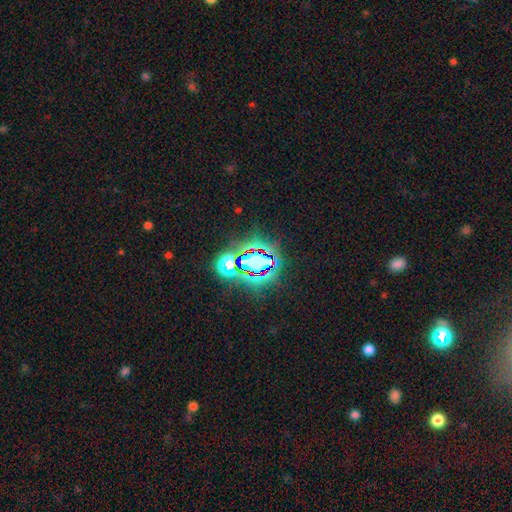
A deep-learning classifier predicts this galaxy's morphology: The model was most divided on "smooth or featured": star or artifact: 81%, smooth: 11%, featured or disk: 8%.